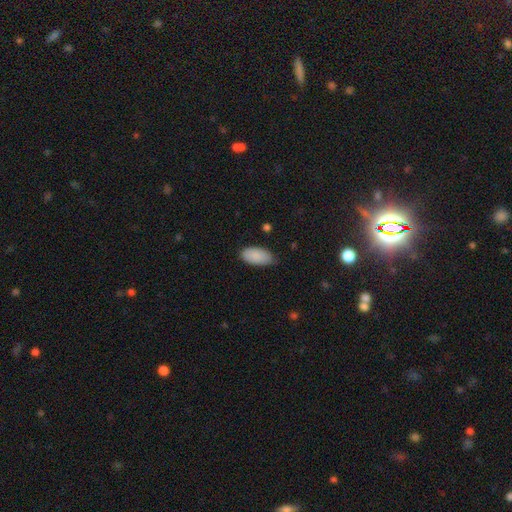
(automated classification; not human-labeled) This appears to be a smooth galaxy with no disk features (89%) that is in between round and cigar-shaped (94%). Merging: none (69%).